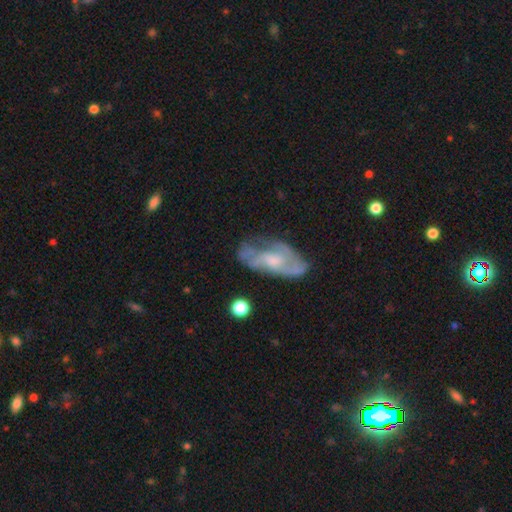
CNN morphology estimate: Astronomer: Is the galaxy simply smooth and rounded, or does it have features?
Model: featured or disk — 66%.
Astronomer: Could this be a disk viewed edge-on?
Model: no — 89%.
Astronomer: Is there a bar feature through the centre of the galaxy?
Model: no — 60%.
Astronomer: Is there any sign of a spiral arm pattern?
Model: yes — 73%.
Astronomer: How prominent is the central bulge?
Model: moderate — 46%, tied with small at 46%.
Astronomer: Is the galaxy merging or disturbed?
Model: none — 72%.